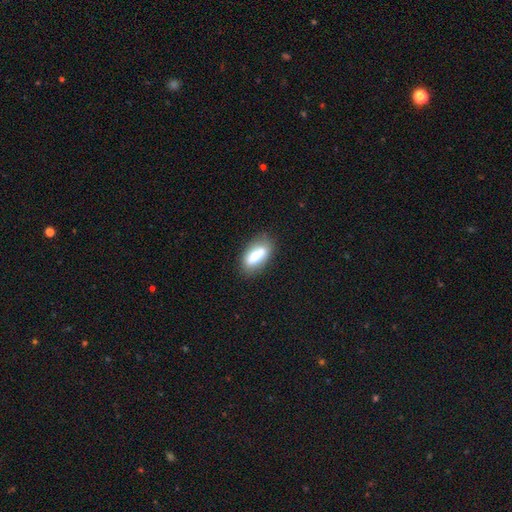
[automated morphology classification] type=smooth (66%); roundness=in between (83%); merging=none (69%).